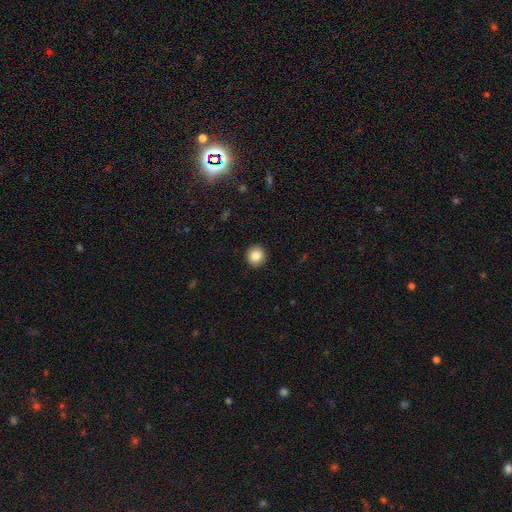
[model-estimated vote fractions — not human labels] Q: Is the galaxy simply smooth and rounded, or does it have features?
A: smooth — 86%.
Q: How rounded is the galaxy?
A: round — 92%.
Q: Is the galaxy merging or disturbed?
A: none — 93%.